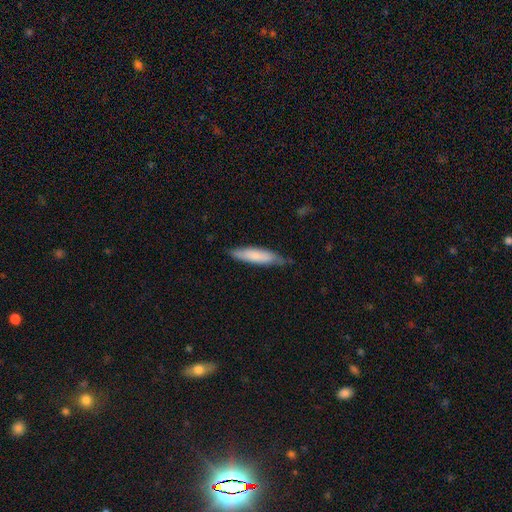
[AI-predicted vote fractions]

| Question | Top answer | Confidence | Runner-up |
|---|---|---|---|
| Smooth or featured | smooth | 74% | featured or disk (20%) |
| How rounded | cigar-shaped | 78% | in between (21%) |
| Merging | none | 73% | minor disturbance (22%) |